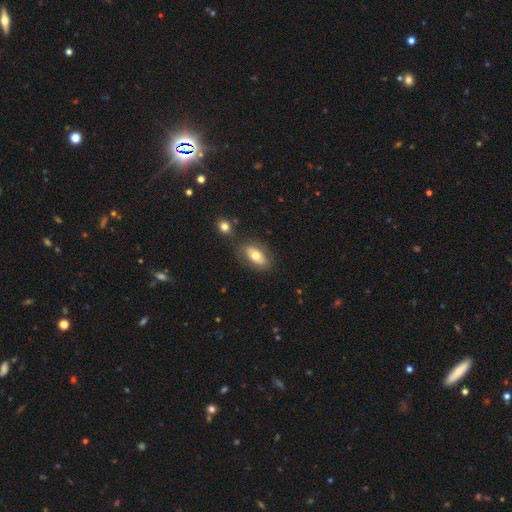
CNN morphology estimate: Overall: smooth (66%). How rounded: in between (89%). Merging: none (76%).